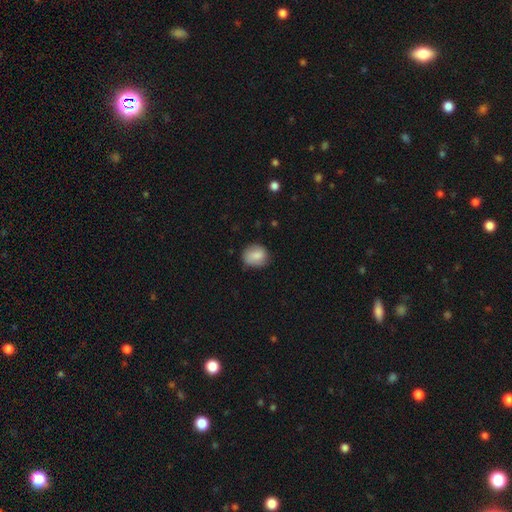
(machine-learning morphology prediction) A smooth galaxy with no disk features (82%) that is round (67%).

Vote fractions:
- Smooth or featured? smooth: 82% / featured or disk: 11% / star or artifact: 8%
- How rounded? round: 67% / in between: 32% / cigar-shaped: 1%
- Merging? none: 72% / minor disturbance: 22% / major disturbance: 5% / merger: 1%